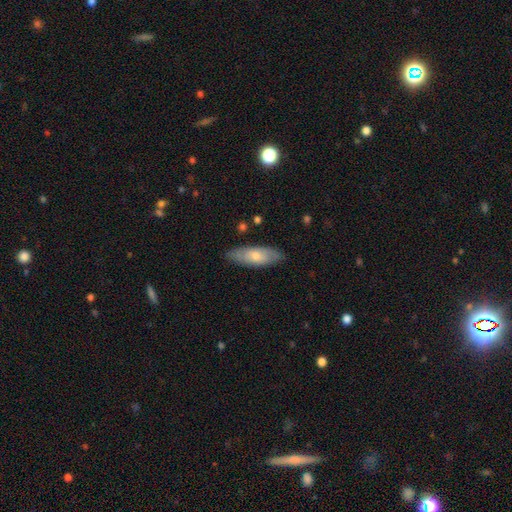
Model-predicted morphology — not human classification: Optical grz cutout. It shows a smooth galaxy with no disk features (64%) that is in between round and cigar-shaped (67%). Merging: none (82%).